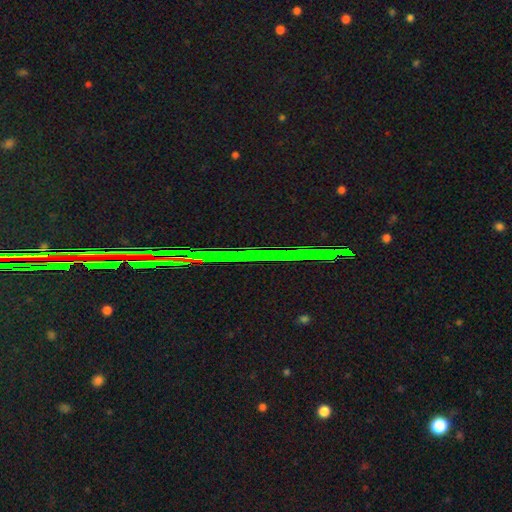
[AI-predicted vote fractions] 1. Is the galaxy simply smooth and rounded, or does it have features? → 86% star or artifact, 8% featured or disk, 6% smooth.